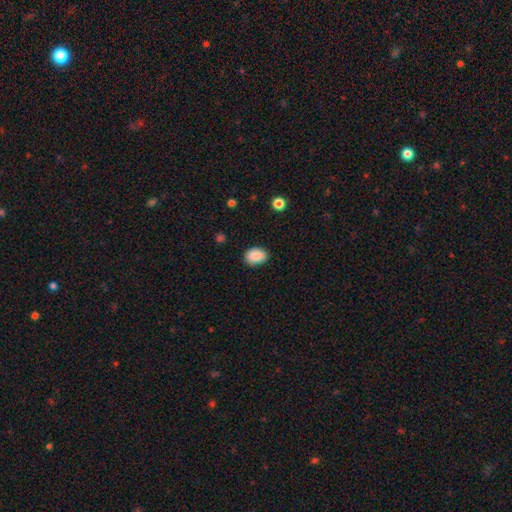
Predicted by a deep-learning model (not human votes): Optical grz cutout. It shows a smooth galaxy with no disk features (88%) that is in between round and cigar-shaped (73%). Merging: none (82%).